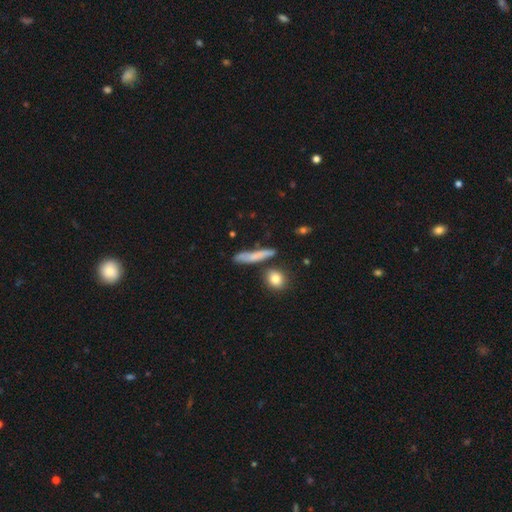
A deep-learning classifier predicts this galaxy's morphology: The model was most divided on "smooth or featured": smooth: 67%, featured or disk: 24%, star or artifact: 9%. More confident: how rounded — cigar-shaped (83%); merging — none (70%).